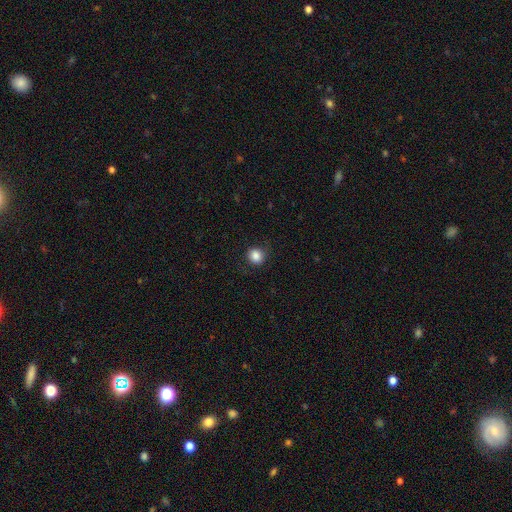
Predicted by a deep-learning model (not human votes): Overall: smooth (85%). How rounded: round (83%). Merging: none (82%).